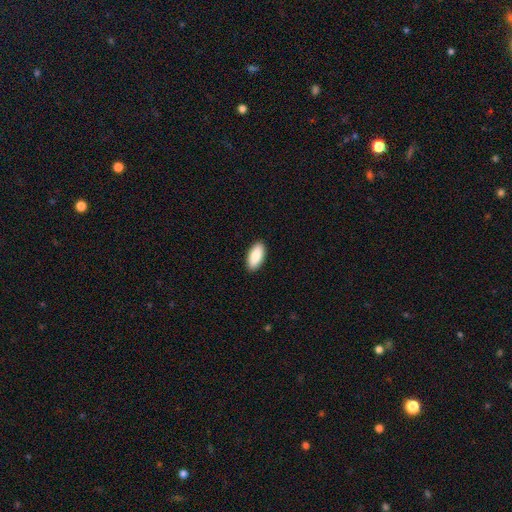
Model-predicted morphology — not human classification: A smooth galaxy with no disk features (89%) that is in between round and cigar-shaped (91%).

Vote fractions:
- Smooth or featured? smooth: 89% / star or artifact: 6% / featured or disk: 5%
- How rounded? in between: 91% / cigar-shaped: 7% / round: 2%
- Merging? none: 91% / minor disturbance: 7% / major disturbance: 2% / merger: 1%